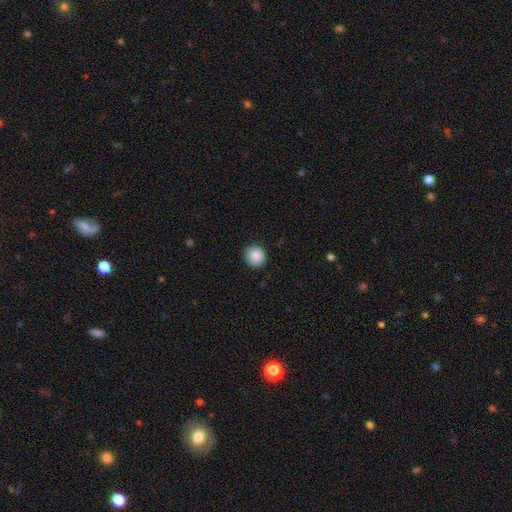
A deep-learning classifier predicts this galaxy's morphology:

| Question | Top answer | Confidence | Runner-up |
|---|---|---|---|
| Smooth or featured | smooth | 87% | star or artifact (8%) |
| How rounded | round | 89% | in between (10%) |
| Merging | none | 90% | minor disturbance (7%) |